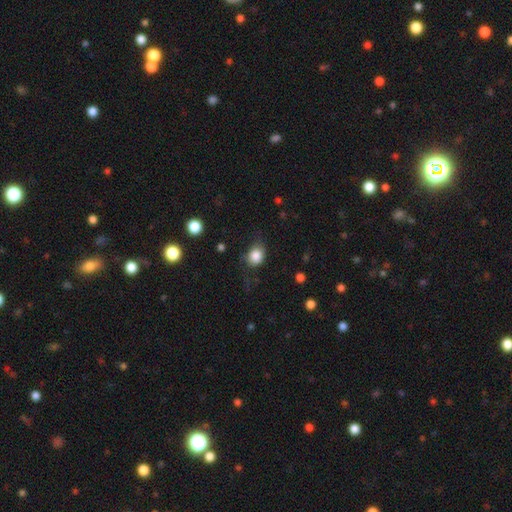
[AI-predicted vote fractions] smooth 83%, star or artifact 9%, featured or disk 8%. Down the decision tree: how rounded — round (57%); merging — none (56%).